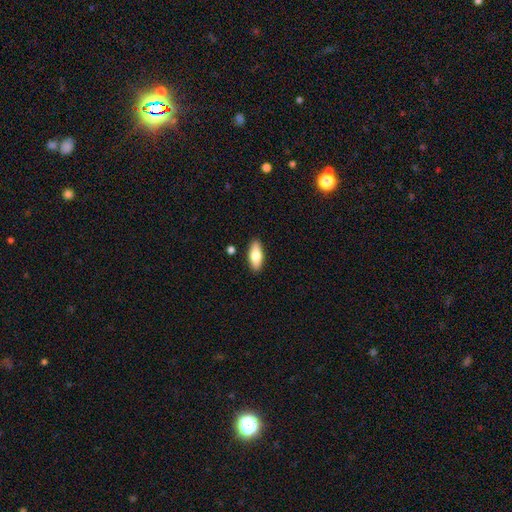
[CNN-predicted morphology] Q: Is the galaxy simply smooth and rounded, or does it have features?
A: smooth — 71%.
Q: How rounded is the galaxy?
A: in between — 77%.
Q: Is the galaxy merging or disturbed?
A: none — 88%.